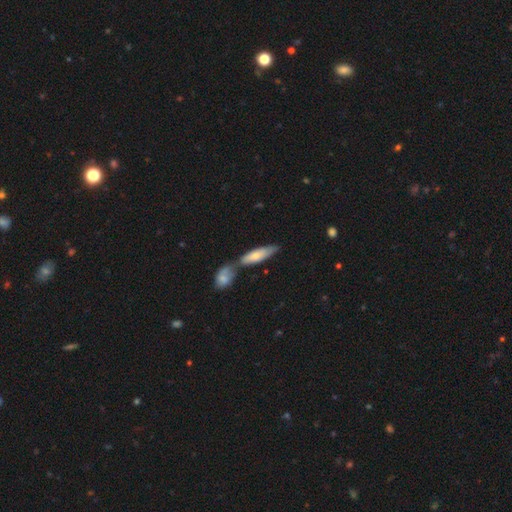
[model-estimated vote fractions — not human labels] Q: Smooth or featured?
A: smooth (70%); runner-up: featured or disk (25%)
Q: How rounded?
A: cigar-shaped (50%); runner-up: in between (48%)
Q: Merging?
A: none (43%); runner-up: merger (39%)